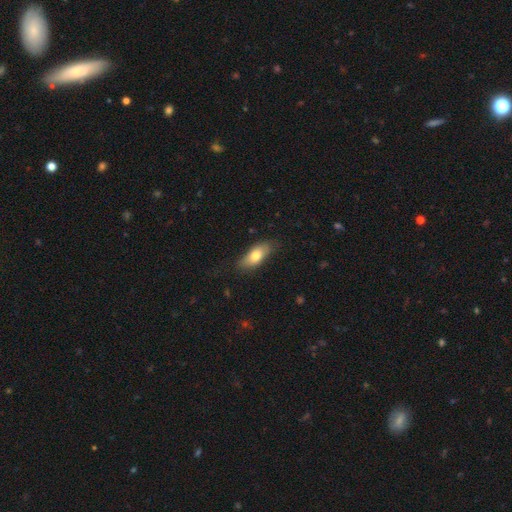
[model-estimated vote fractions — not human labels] A smooth galaxy with no disk features (74%) that is in between round and cigar-shaped (82%). Merging: none (77%).